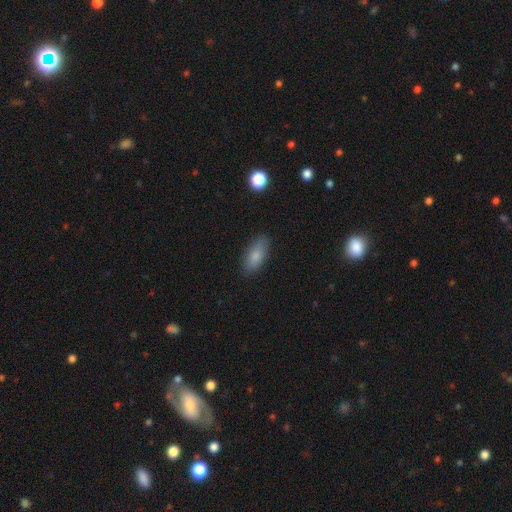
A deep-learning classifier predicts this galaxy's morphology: type=smooth (83%); roundness=in between (84%); merging=none (84%).